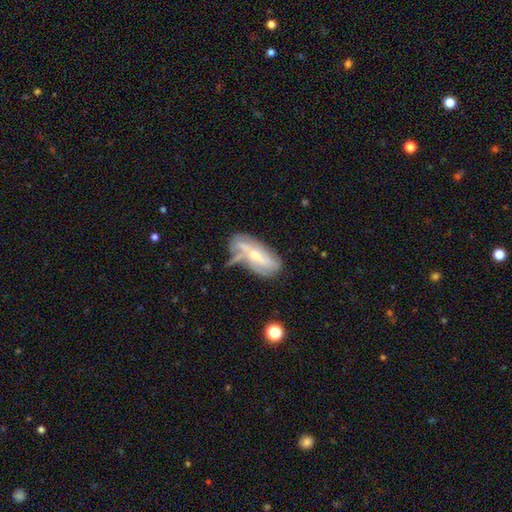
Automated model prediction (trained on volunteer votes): Morphology: type=featured or disk (61%); edge-on=no (82%); merging=none (37%).